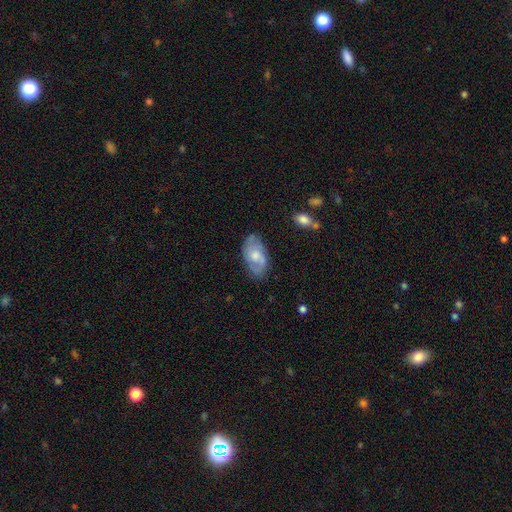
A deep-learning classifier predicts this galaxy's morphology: type=featured or disk (57%); edge-on=no (95%); bar=no (65%); spiral arms=yes (79%); bulge=moderate (53%); merging=none (71%).